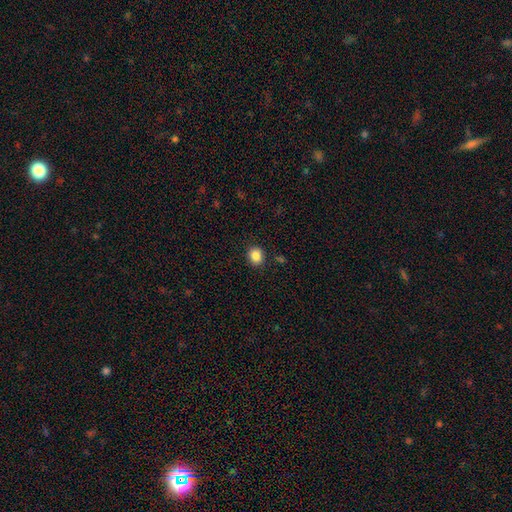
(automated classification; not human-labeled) Smooth or featured? smooth (86%)
How rounded? round (73%)
Merging? none (89%)